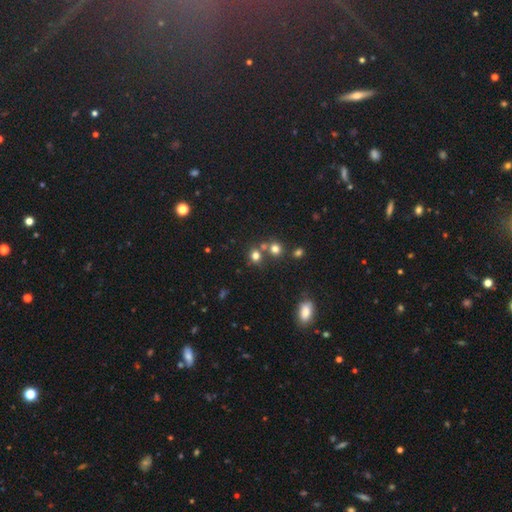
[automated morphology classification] This appears to be a smooth galaxy with no disk features (69%) that is round (80%). Merging: none (58%).